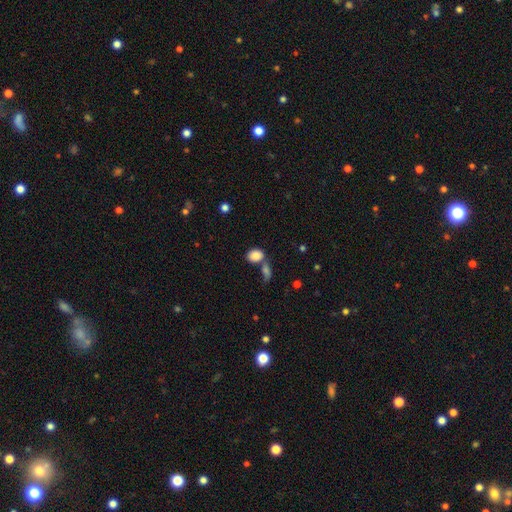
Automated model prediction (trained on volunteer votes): Smooth or featured?
  - smooth: 86% *
  - star or artifact: 8%
  - featured or disk: 6%
How rounded?
  - in between: 71% *
  - round: 28%
  - cigar-shaped: 2%
Merging?
  - none: 45% *
  - merger: 37%
  - minor disturbance: 12%
  - major disturbance: 6%